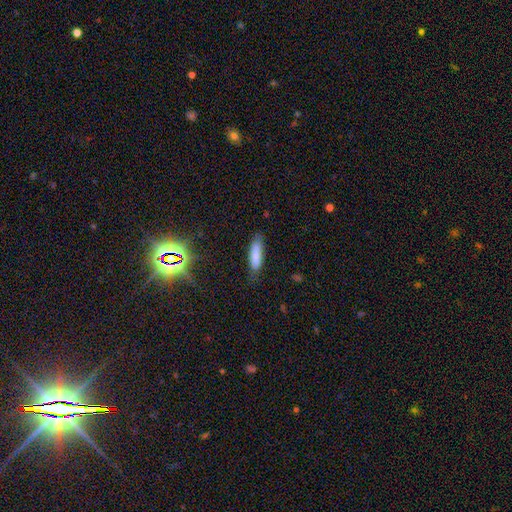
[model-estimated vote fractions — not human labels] This is clearly a smooth galaxy (83%). How rounded: possibly cigar-shaped (57%). Merging: likely none (76%).